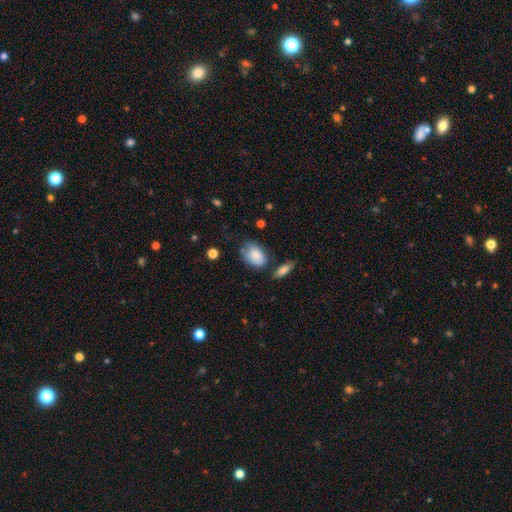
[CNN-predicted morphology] Smooth or featured: smooth — 79% (featured or disk — 14%)
How rounded: in between — 80% (round — 19%)
Merging: none — 51% (minor disturbance — 31%)